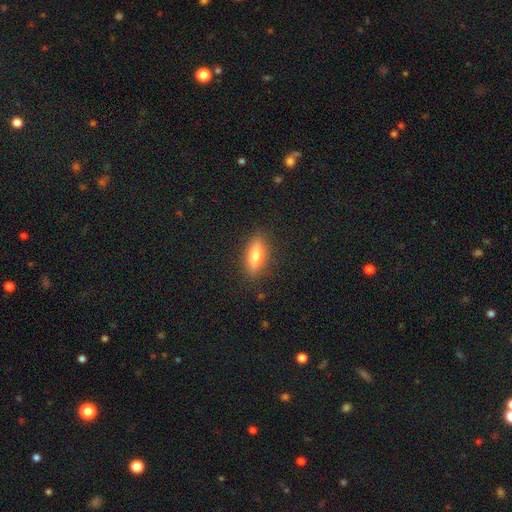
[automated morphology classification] Smooth or featured? Predicted: smooth (p=0.69). How rounded? Predicted: in between (p=0.61). Merging? Predicted: none (p=0.87).